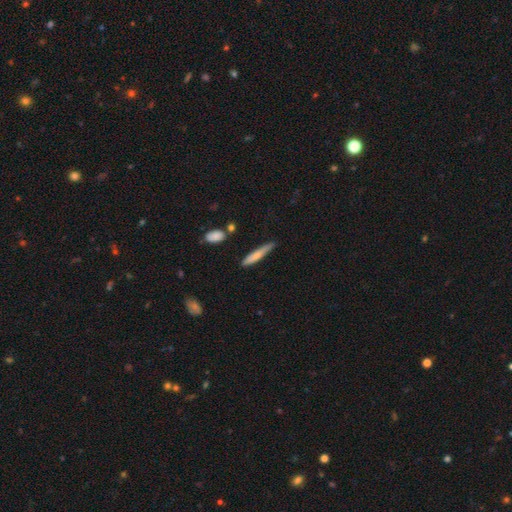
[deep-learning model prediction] smooth-or-featured: smooth: 71% | featured or disk: 23% | star or artifact: 6%
  how-rounded: cigar-shaped: 91% | in between: 7% | round: 1%
  merging: none: 74% | minor disturbance: 19% | merger: 4% | major disturbance: 3%